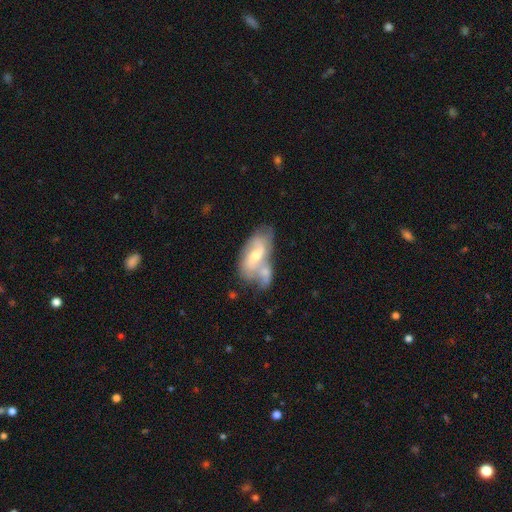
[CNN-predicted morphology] A featured or disk galaxy (67%) with a weak bar (44%), spiral arms (74%) and a moderate central bulge (56%). Merging: merger (45%).